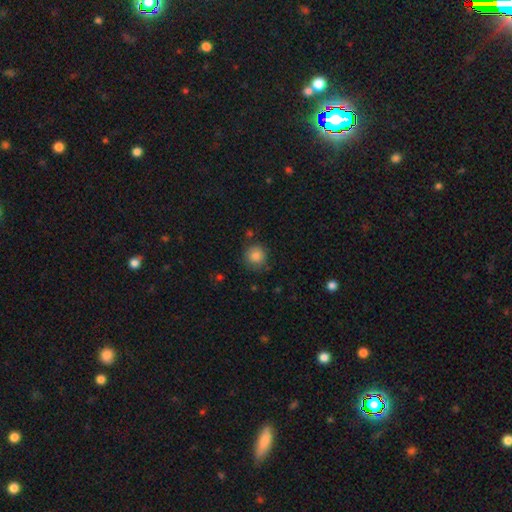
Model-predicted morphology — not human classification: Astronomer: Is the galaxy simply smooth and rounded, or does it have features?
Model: smooth — 86%.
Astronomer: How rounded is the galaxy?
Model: round — 91%.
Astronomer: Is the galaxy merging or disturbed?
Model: none — 81%.